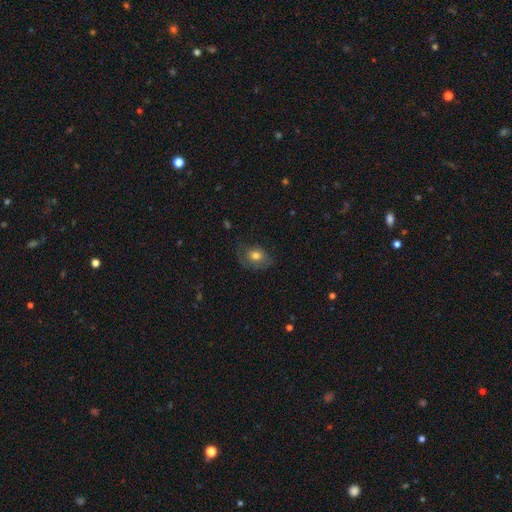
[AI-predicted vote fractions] Q: Smooth or featured?
A: smooth (66%); runner-up: featured or disk (25%)
Q: How rounded?
A: in between (63%); runner-up: round (36%)
Q: Merging?
A: none (55%); runner-up: minor disturbance (27%)